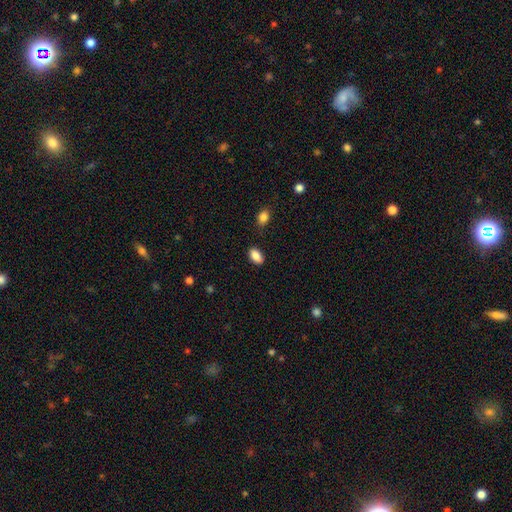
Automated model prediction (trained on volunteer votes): Smooth or featured?
  - smooth: 88% *
  - star or artifact: 8%
  - featured or disk: 5%
How rounded?
  - in between: 92% *
  - round: 6%
  - cigar-shaped: 2%
Merging?
  - none: 84% *
  - minor disturbance: 11%
  - major disturbance: 2%
  - merger: 2%